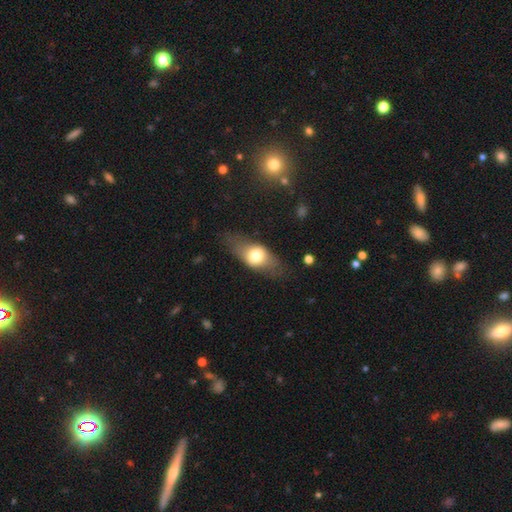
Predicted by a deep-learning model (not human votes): The model was most divided on "smooth or featured": smooth: 62%, featured or disk: 31%, star or artifact: 8%. More confident: how rounded — in between (75%); merging — none (68%).